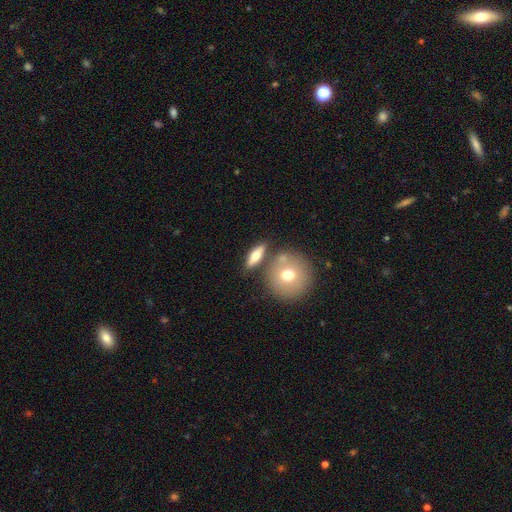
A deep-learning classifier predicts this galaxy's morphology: Smooth or featured?
  - smooth: 56% *
  - featured or disk: 37%
  - star or artifact: 7%
How rounded?
  - in between: 44% *
  - cigar-shaped: 35%
  - round: 21%
Merging?
  - none: 75% *
  - minor disturbance: 11%
  - merger: 11%
  - major disturbance: 4%